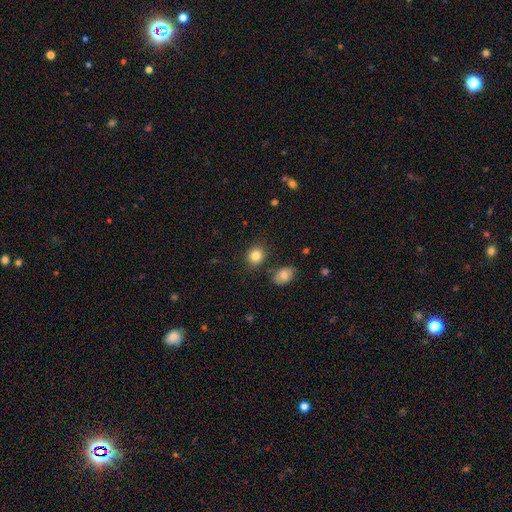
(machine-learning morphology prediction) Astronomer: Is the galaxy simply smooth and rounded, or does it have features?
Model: smooth — 84%.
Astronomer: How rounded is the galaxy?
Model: round — 73%.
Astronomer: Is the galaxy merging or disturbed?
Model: none — 83%.